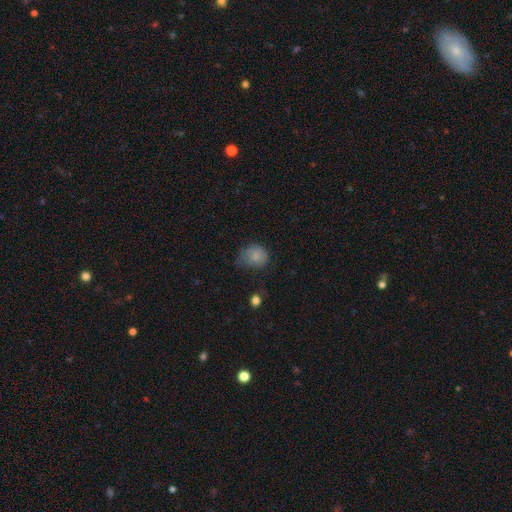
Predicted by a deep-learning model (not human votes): A smooth galaxy with no disk features (79%) that is round (65%). Merging: none (46%).